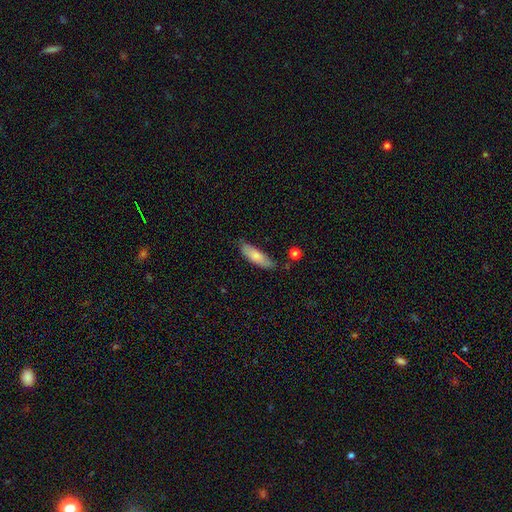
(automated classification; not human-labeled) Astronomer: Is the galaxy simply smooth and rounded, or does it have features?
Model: smooth — 78%.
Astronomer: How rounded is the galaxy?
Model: in between — 52% (runner-up: cigar-shaped, 46%).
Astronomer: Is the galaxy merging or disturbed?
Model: none — 70%.